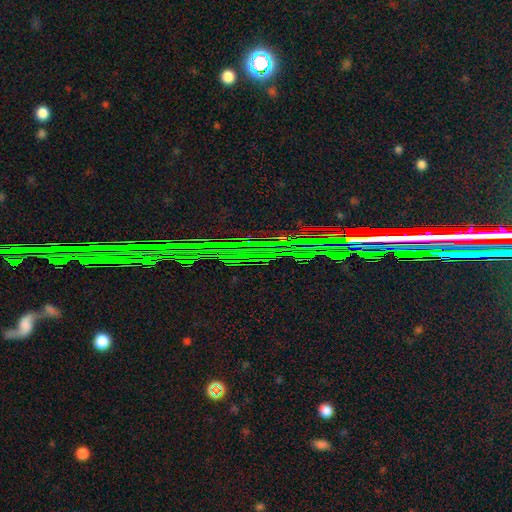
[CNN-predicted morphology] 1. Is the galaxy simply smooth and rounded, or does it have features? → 84% star or artifact, 8% featured or disk, 7% smooth.